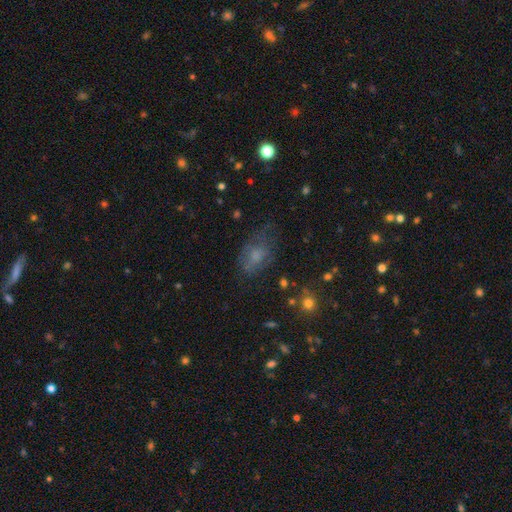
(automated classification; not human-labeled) Smooth or featured? Predicted: smooth (p=0.55). How rounded? Predicted: in between (p=0.80). Merging? Predicted: none (p=0.49).